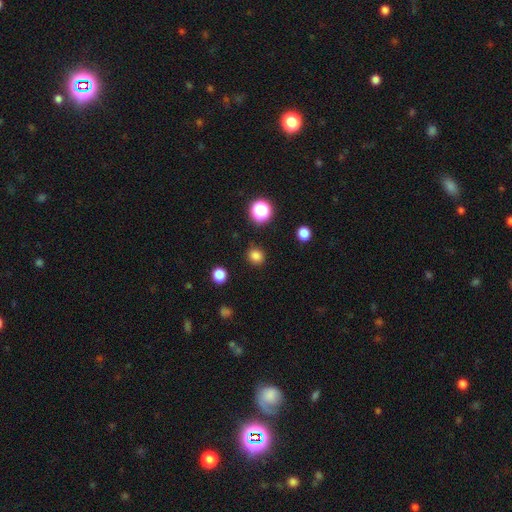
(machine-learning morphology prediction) This appears to be a smooth galaxy with no disk features (82%) that is round (79%). Merging: none (88%).